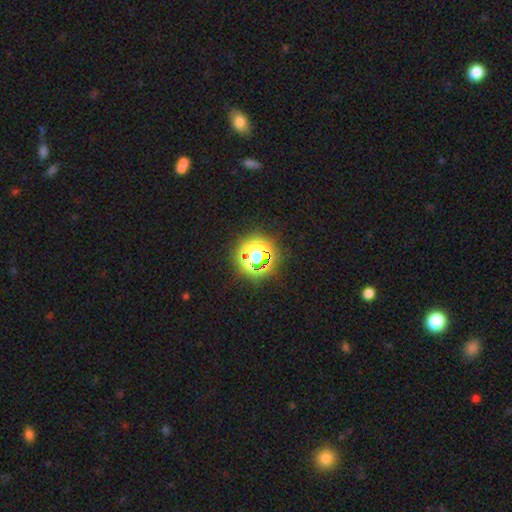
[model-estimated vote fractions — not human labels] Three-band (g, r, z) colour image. It shows a star or artifact, not a galaxy (57%).